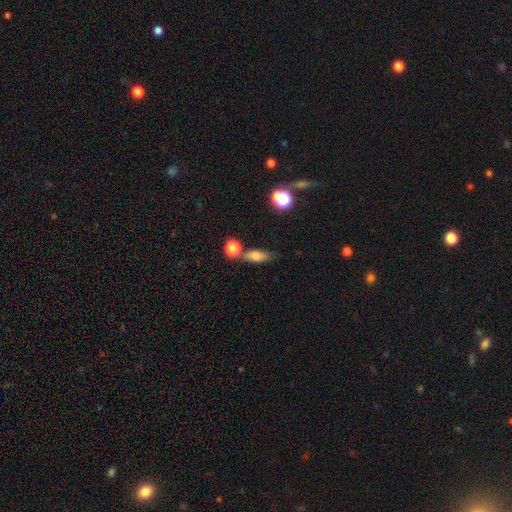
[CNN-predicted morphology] Smooth or featured? smooth (74%)
How rounded? in between (66%)
Merging? none (65%)